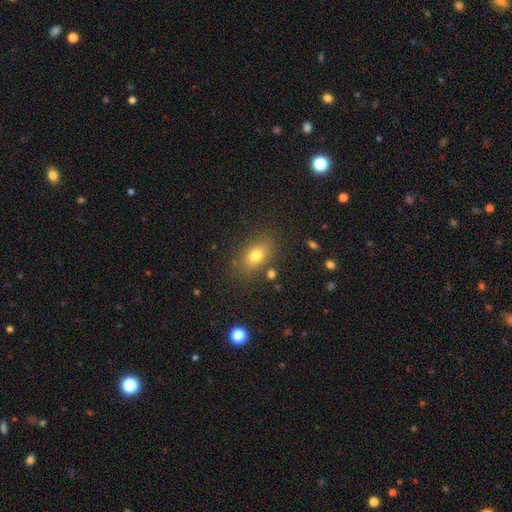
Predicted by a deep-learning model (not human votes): This appears to be a smooth galaxy with no disk features (76%) that is in between round and cigar-shaped (78%). Merging: none (81%).